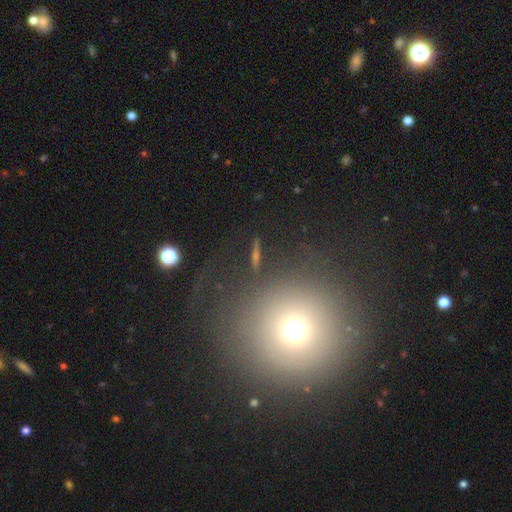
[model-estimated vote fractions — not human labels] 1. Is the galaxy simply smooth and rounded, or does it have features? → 61% smooth, 27% star or artifact, 12% featured or disk.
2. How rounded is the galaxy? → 92% round, 7% in between, 1% cigar-shaped.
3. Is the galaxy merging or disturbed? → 79% none, 10% minor disturbance, 8% major disturbance, 4% merger.